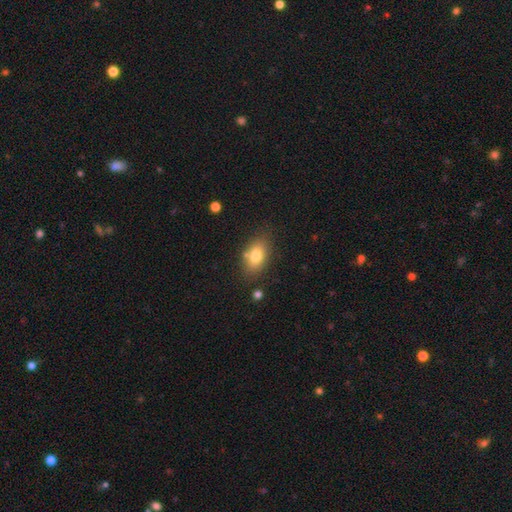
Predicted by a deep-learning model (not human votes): smooth_or_featured: smooth (p=0.77) [alt: featured or disk p=0.14]
how_rounded: in between (p=0.86) [alt: round p=0.11]
merging: none (p=0.75) [alt: minor disturbance p=0.14]